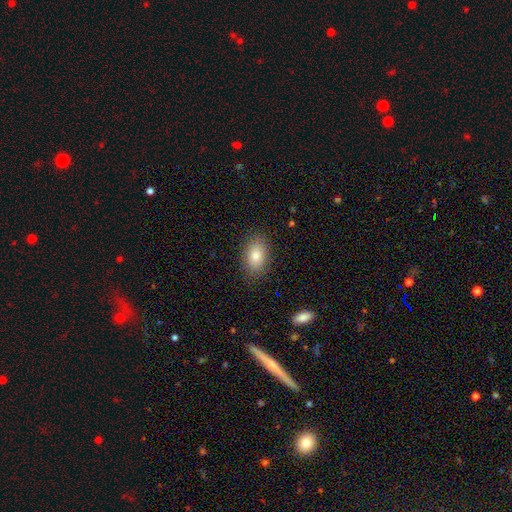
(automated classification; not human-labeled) Q: Smooth or featured?
A: smooth (81%); runner-up: featured or disk (10%)
Q: How rounded?
A: in between (89%); runner-up: round (9%)
Q: Merging?
A: none (86%); runner-up: minor disturbance (10%)